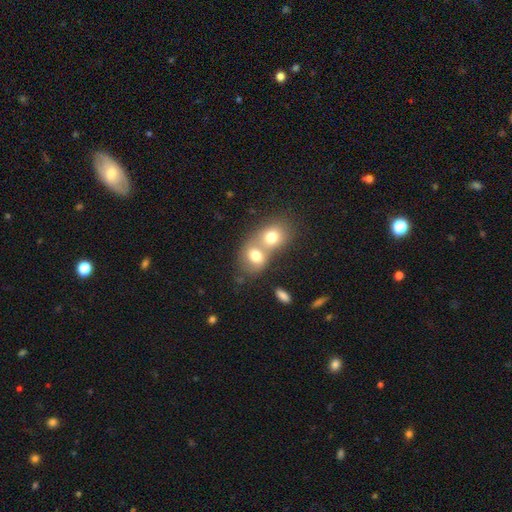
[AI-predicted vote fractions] smooth 71%, featured or disk 18%, star or artifact 10%. Down the decision tree: how rounded — round (55%); merging — merger (65%).